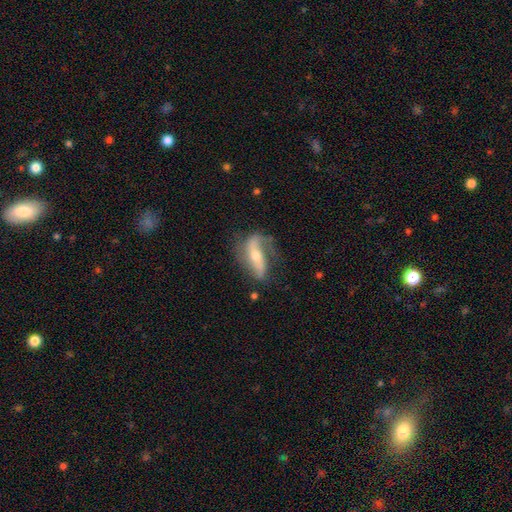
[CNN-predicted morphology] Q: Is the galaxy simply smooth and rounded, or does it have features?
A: featured or disk — 76%.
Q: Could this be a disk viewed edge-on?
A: no — 85%.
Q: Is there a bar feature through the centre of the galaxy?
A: strong — 43%.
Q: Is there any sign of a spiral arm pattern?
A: yes — 89%.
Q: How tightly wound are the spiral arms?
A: loose — 62%.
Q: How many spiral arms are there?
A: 2 — 80%.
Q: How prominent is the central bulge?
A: moderate — 52%.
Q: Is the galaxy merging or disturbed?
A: none — 59%.